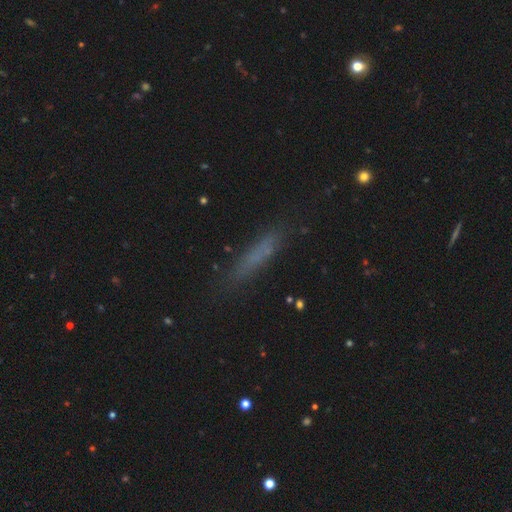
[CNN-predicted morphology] smooth 63%, featured or disk 22%, star or artifact 16%. Down the decision tree: how rounded — cigar-shaped (86%); merging — none (79%).